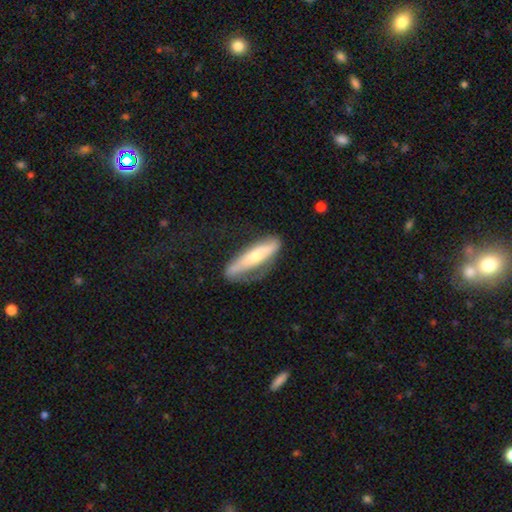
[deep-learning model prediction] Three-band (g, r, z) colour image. It shows a smooth galaxy with no disk features (48%). Merging: none (54%).